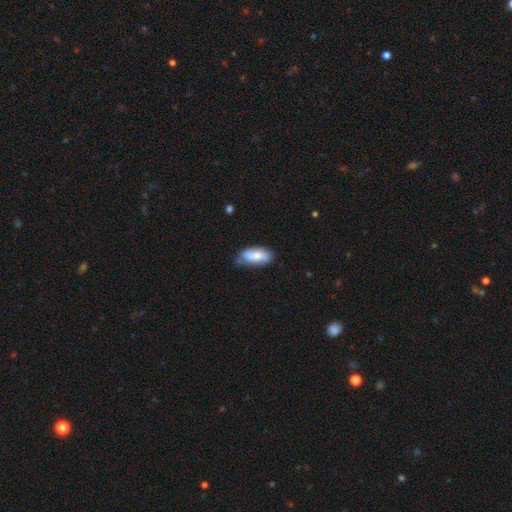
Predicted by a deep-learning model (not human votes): A smooth galaxy with no disk features (69%) that is in between round and cigar-shaped (87%).

Vote fractions:
- Smooth or featured? smooth: 69% / featured or disk: 25% / star or artifact: 6%
- How rounded? in between: 87% / cigar-shaped: 11% / round: 2%
- Merging? none: 63% / minor disturbance: 28% / major disturbance: 5% / merger: 4%